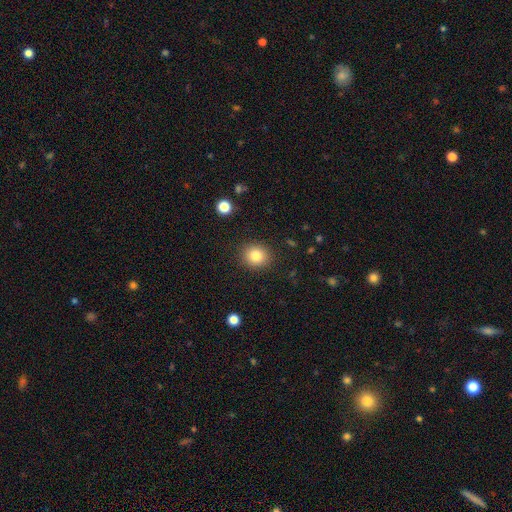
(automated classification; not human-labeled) A smooth galaxy with no disk features (84%) that is round (79%).

Vote fractions:
- Smooth or featured? smooth: 84% / star or artifact: 10% / featured or disk: 6%
- How rounded? round: 79% / in between: 20% / cigar-shaped: 1%
- Merging? none: 88% / minor disturbance: 8% / major disturbance: 3% / merger: 1%